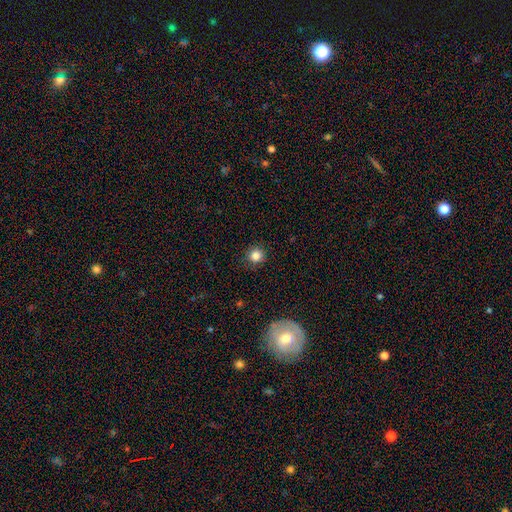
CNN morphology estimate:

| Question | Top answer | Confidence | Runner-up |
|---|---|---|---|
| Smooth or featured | smooth | 83% | star or artifact (11%) |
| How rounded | round | 93% | in between (6%) |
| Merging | none | 89% | minor disturbance (8%) |